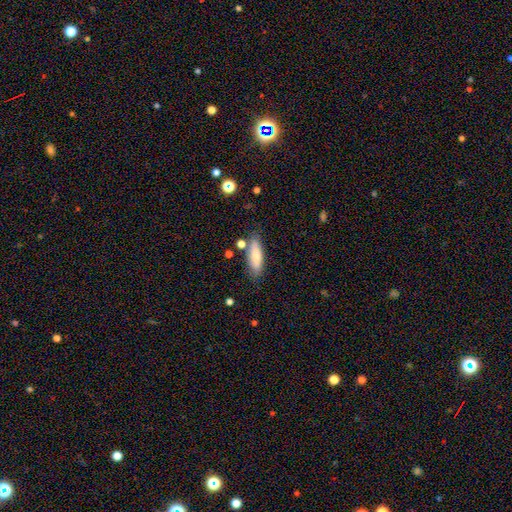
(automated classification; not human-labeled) Overall: smooth (76%). How rounded: cigar-shaped (51%; in between 47%). Merging: none (77%).